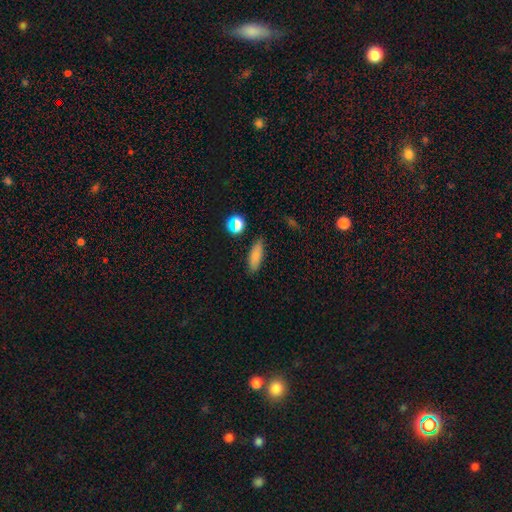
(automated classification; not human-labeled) Smooth or featured? Predicted: smooth (p=0.81). How rounded? Predicted: in between (p=0.68). Merging? Predicted: none (p=0.82).